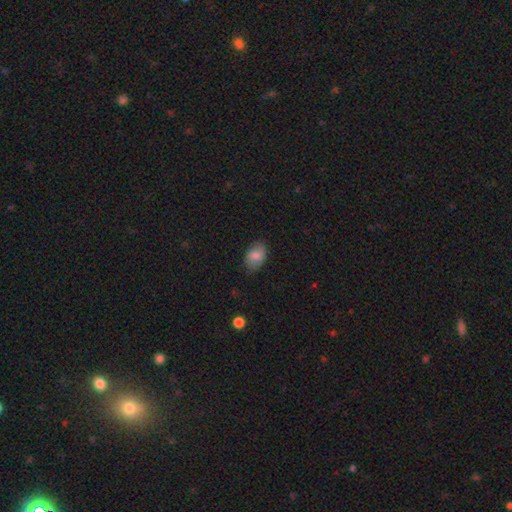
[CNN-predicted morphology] smooth 80%, featured or disk 13%, star or artifact 8%. Down the decision tree: how rounded — in between (87%); merging — none (79%).